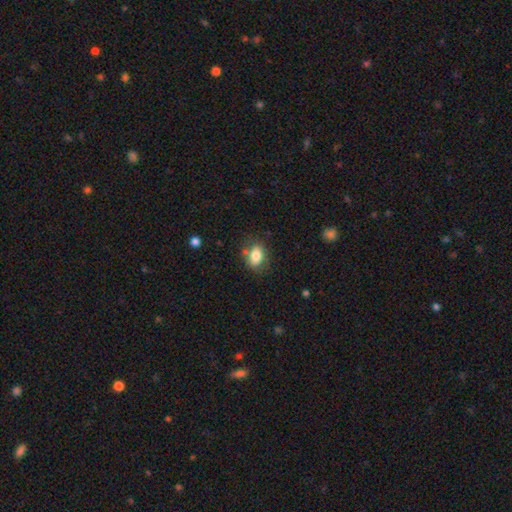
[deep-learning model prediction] A smooth galaxy with no disk features (80%) that is in between round and cigar-shaped (80%). Merging: none (71%).